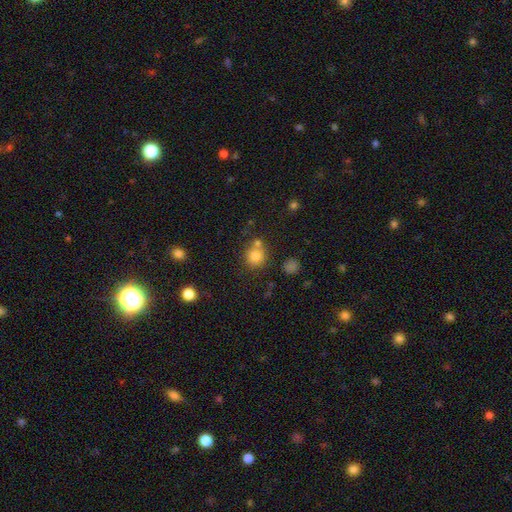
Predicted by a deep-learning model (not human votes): The model was most divided on "merging": none: 63%, merger: 22%, minor disturbance: 10%, major disturbance: 4%. More confident: how rounded — round (88%); smooth or featured — smooth (80%).